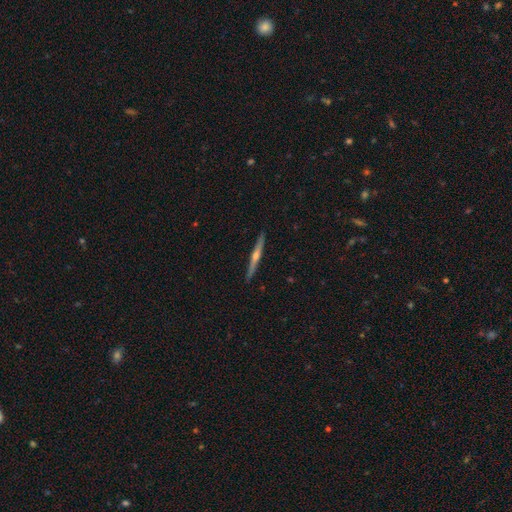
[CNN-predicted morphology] Q: Smooth or featured?
A: featured or disk (77%); runner-up: smooth (18%)
Q: Edge-on disk?
A: yes (98%); runner-up: no (2%)
Q: Edge-on bulge?
A: rounded (88%); runner-up: none (8%)
Q: Merging?
A: none (92%); runner-up: minor disturbance (6%)